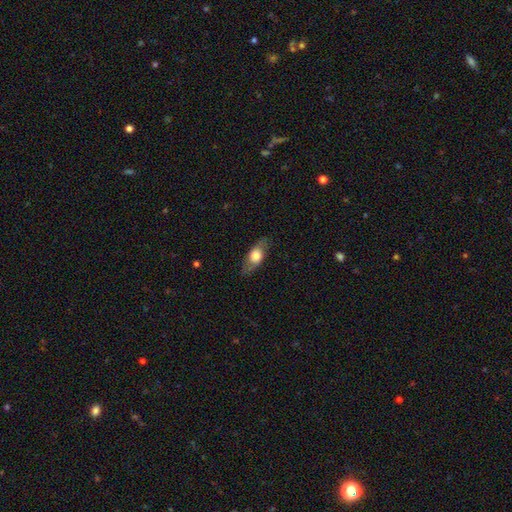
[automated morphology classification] A smooth galaxy with no disk features (60%) that is in between round and cigar-shaped (73%). Merging: none (81%).